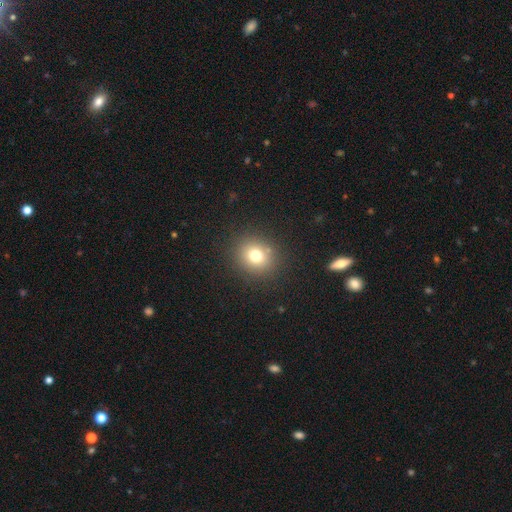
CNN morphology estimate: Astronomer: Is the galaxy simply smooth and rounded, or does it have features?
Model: smooth — 75%.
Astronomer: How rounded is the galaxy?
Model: round — 82%.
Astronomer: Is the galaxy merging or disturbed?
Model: none — 88%.